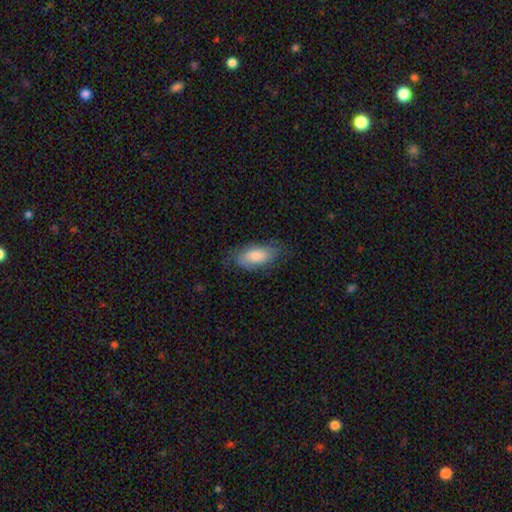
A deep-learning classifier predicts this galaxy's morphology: smooth_or_featured: smooth (p=0.78) [alt: featured or disk p=0.16]
how_rounded: in between (p=0.89) [alt: cigar-shaped p=0.08]
merging: none (p=0.73) [alt: minor disturbance p=0.20]